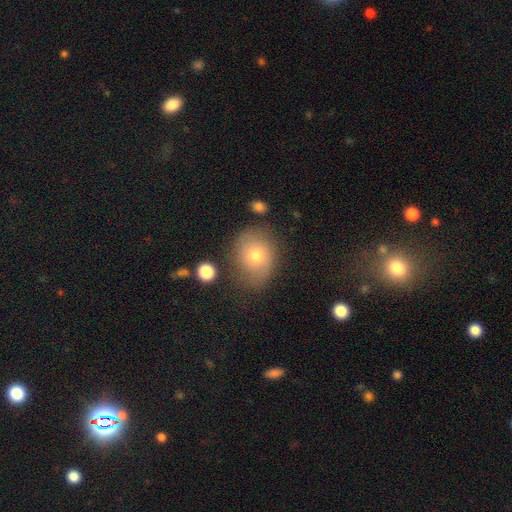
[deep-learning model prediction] A smooth galaxy with no disk features (68%) that is round (59%).

Vote fractions:
- Smooth or featured? smooth: 68% / featured or disk: 21% / star or artifact: 10%
- How rounded? round: 59% / in between: 40% / cigar-shaped: 1%
- Merging? none: 68% / minor disturbance: 21% / major disturbance: 8% / merger: 3%